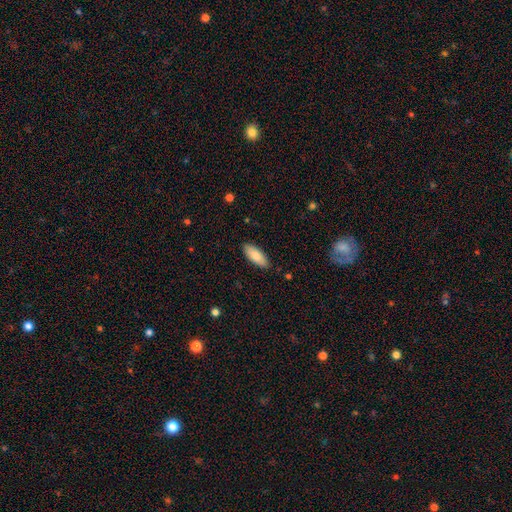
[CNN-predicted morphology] Smooth or featured: smooth — 84% (featured or disk — 11%)
How rounded: in between — 79% (cigar-shaped — 19%)
Merging: none — 88% (minor disturbance — 9%)